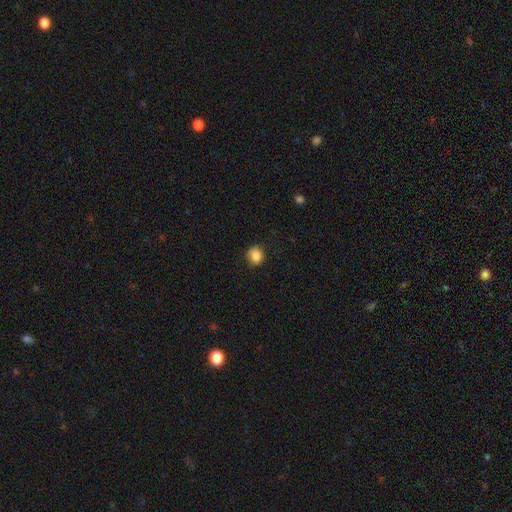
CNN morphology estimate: A smooth galaxy with no disk features (85%) that is round (82%). Merging: none (83%).